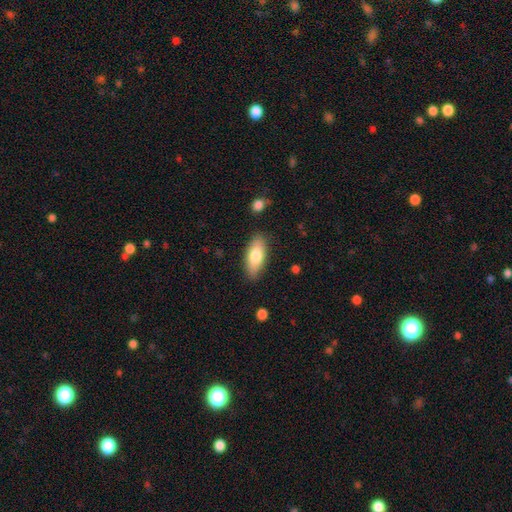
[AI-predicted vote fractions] smooth-or-featured: smooth: 77% | featured or disk: 17% | star or artifact: 6%
  how-rounded: in between: 80% | cigar-shaped: 18% | round: 2%
  merging: none: 85% | minor disturbance: 10% | major disturbance: 2% | merger: 2%